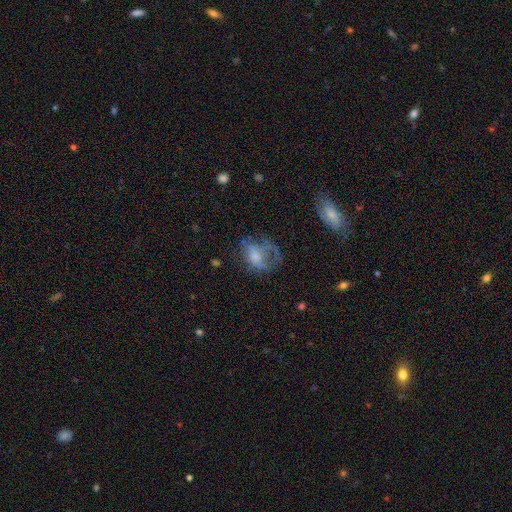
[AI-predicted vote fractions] Smooth or featured?
  - smooth: 46% *
  - featured or disk: 42%
  - star or artifact: 11%
Merging?
  - major disturbance: 43% *
  - none: 32%
  - minor disturbance: 22%
  - merger: 3%